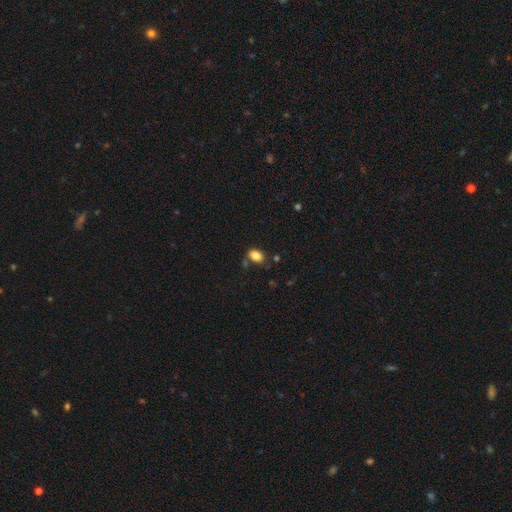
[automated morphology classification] type=smooth (85%); roundness=in between (83%); merging=none (72%).